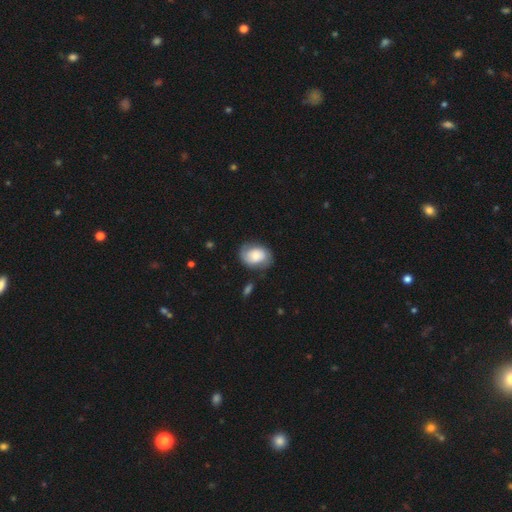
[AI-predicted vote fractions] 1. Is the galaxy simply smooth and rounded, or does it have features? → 47% smooth, 45% featured or disk, 8% star or artifact.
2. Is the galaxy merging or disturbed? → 67% none, 22% minor disturbance, 9% major disturbance, 3% merger.